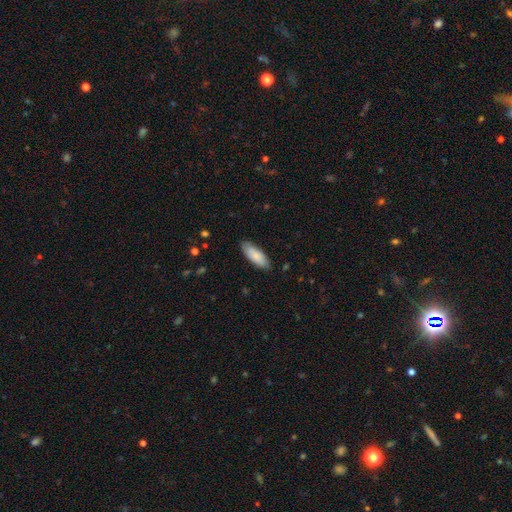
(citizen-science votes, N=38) smooth_or_featured: smooth (p=0.71) [alt: featured or disk p=0.26]
how_rounded: in between (p=0.67) [alt: cigar-shaped p=0.33]
merging: none (p=0.78) [alt: minor disturbance p=0.22]